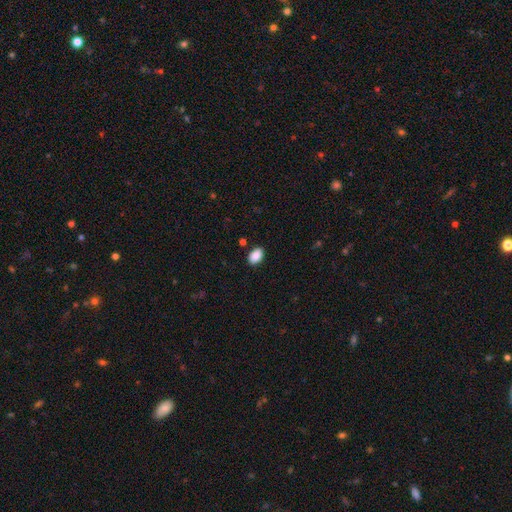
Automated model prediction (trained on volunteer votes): Smooth or featured? smooth (89%)
How rounded? in between (89%)
Merging? none (87%)